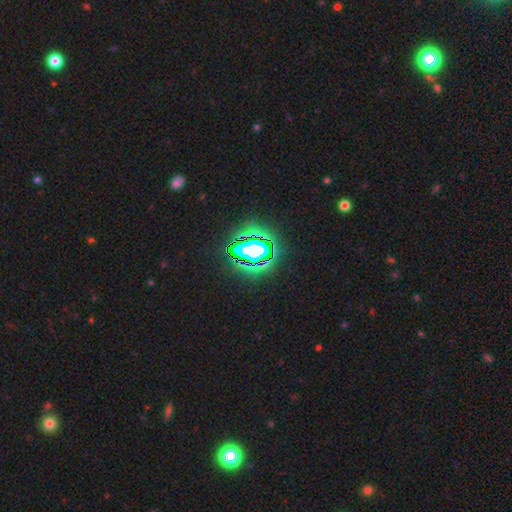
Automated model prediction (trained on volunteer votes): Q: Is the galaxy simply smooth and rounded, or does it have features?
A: star or artifact — 68%.